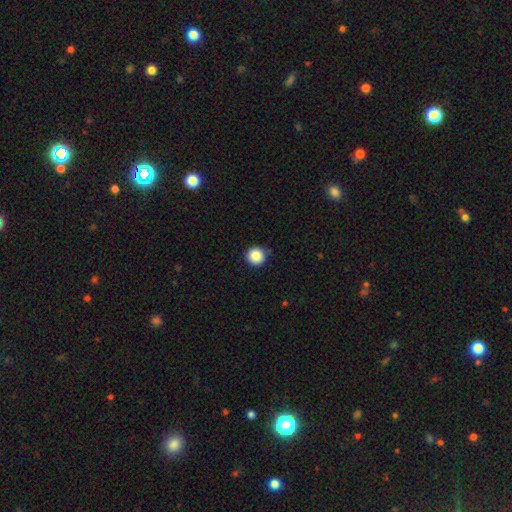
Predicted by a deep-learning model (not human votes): A smooth galaxy with no disk features (87%) that is round (96%). Merging: none (88%).